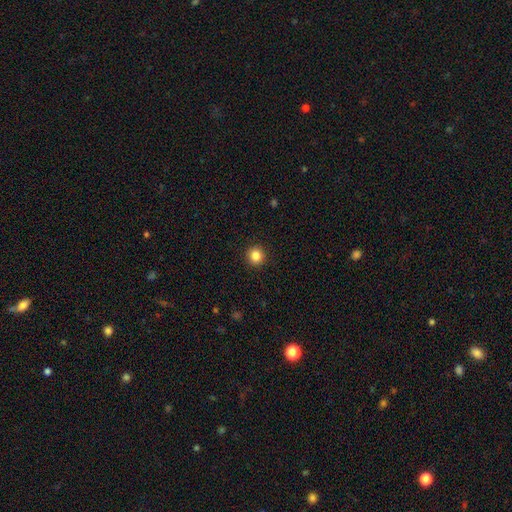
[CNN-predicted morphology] Smooth or featured? smooth (85%)
How rounded? round (93%)
Merging? none (92%)